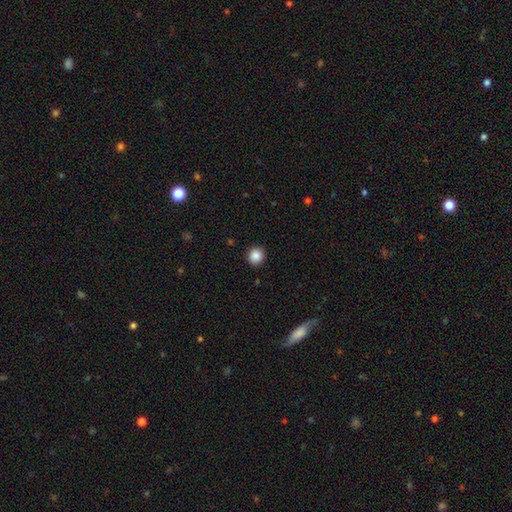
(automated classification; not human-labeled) A smooth galaxy with no disk features (87%) that is round (91%).

Vote fractions:
- Smooth or featured? smooth: 87% / star or artifact: 9% / featured or disk: 3%
- How rounded? round: 91% / in between: 8% / cigar-shaped: 1%
- Merging? none: 92% / minor disturbance: 5% / major disturbance: 2% / merger: 1%